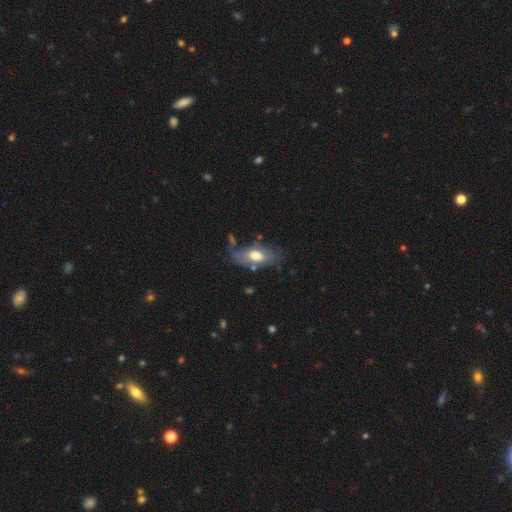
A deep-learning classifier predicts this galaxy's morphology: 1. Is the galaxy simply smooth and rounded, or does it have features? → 58% smooth, 36% featured or disk, 6% star or artifact.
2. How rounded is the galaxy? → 88% in between, 7% cigar-shaped, 4% round.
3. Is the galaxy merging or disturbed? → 52% none, 26% minor disturbance, 14% major disturbance, 7% merger.